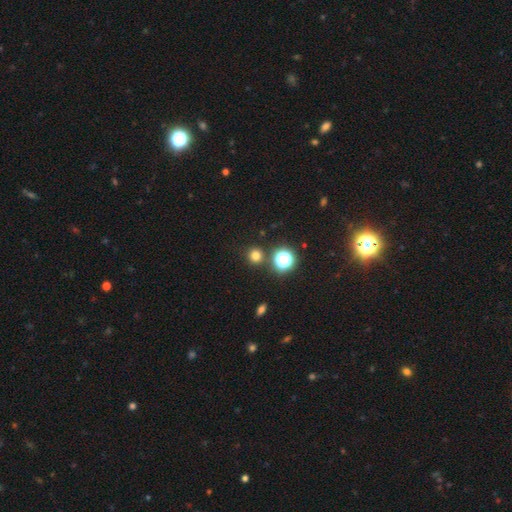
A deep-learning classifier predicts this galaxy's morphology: smooth 73%, star or artifact 21%, featured or disk 6%. Down the decision tree: how rounded — round (93%); merging — none (86%).